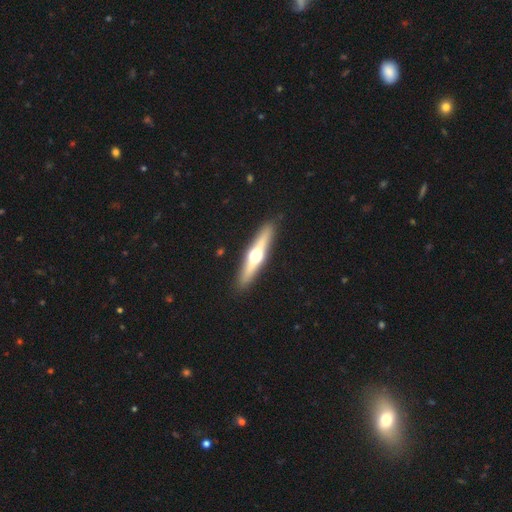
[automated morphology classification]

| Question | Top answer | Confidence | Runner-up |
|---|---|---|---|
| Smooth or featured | featured or disk | 65% | smooth (29%) |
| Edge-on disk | yes | 96% | no (4%) |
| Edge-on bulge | rounded | 95% | none (2%) |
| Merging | none | 91% | minor disturbance (6%) |